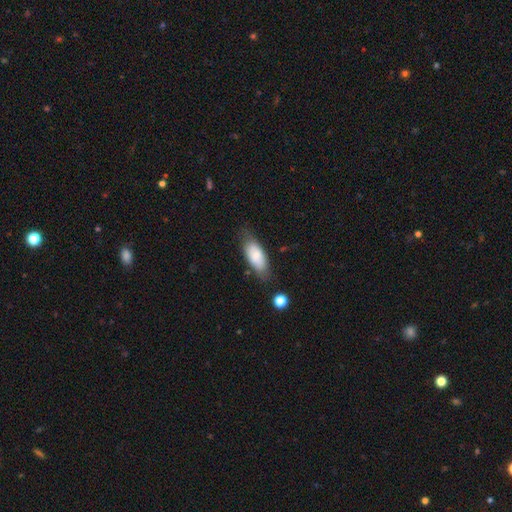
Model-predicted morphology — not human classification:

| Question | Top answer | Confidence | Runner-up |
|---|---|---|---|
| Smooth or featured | smooth | 76% | featured or disk (18%) |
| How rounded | in between | 82% | cigar-shaped (16%) |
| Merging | none | 70% | minor disturbance (21%) |